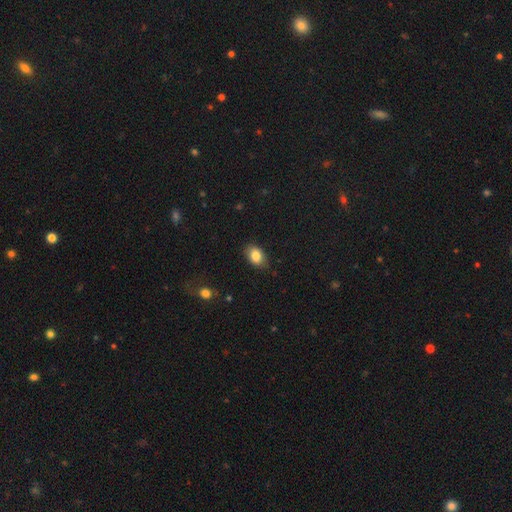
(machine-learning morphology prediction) This is clearly a smooth galaxy (84%). How rounded: clearly in between (83%). Merging: clearly none (84%).